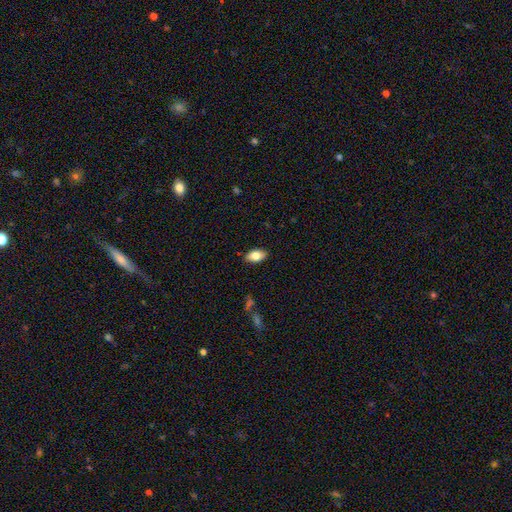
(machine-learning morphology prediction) Smooth or featured?
  - smooth: 80% *
  - featured or disk: 13%
  - star or artifact: 7%
How rounded?
  - in between: 90% *
  - round: 6%
  - cigar-shaped: 3%
Merging?
  - none: 86% *
  - minor disturbance: 10%
  - major disturbance: 2%
  - merger: 1%